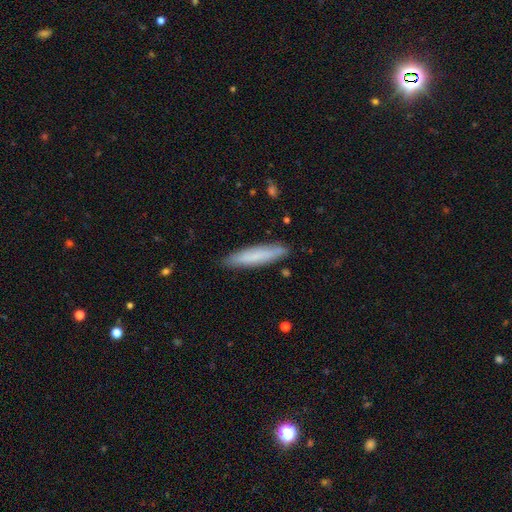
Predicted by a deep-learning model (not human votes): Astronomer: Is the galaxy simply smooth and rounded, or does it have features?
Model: smooth — 74%.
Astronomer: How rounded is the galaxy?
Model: cigar-shaped — 87%.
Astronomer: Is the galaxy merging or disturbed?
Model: none — 87%.